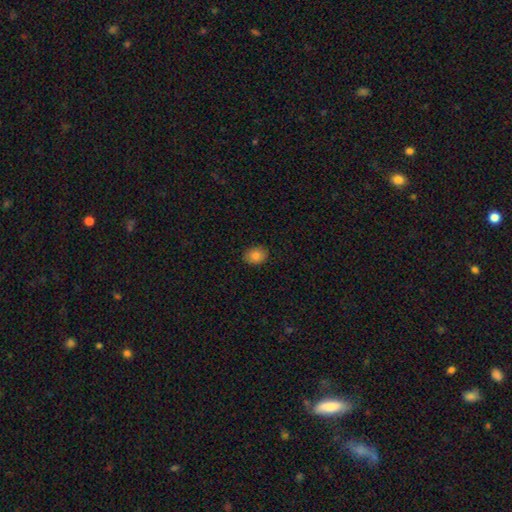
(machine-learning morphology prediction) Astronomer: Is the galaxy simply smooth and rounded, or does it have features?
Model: smooth — 84%.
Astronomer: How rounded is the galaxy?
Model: in between — 61% (runner-up: round, 38%).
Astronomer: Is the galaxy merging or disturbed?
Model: none — 88%.